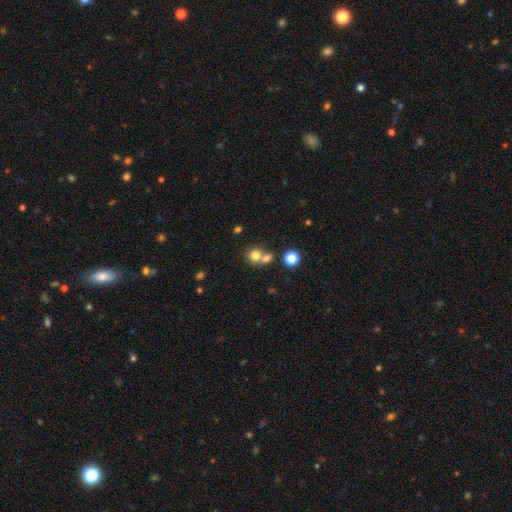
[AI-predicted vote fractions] Q: Smooth or featured?
A: smooth (77%); runner-up: star or artifact (13%)
Q: How rounded?
A: round (84%); runner-up: in between (15%)
Q: Merging?
A: none (48%); runner-up: merger (43%)